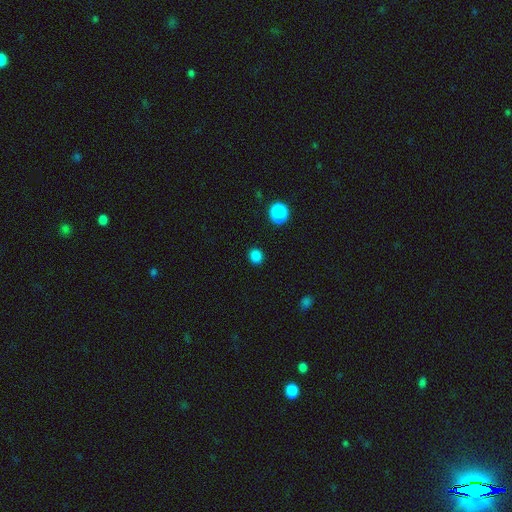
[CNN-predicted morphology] smooth 83%, star or artifact 14%, featured or disk 3%. Down the decision tree: how rounded — round (79%); merging — none (90%).